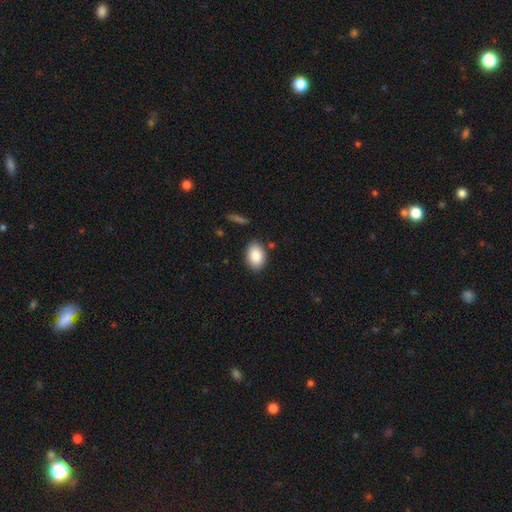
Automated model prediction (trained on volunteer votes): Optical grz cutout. It shows a smooth galaxy with no disk features (87%) that is in between round and cigar-shaped (87%). Merging: none (84%).